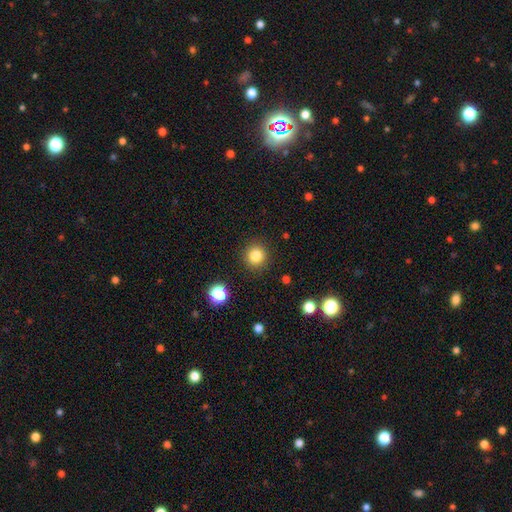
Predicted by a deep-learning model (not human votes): This appears to be a smooth galaxy with no disk features (83%) that is round (94%). Merging: none (90%).